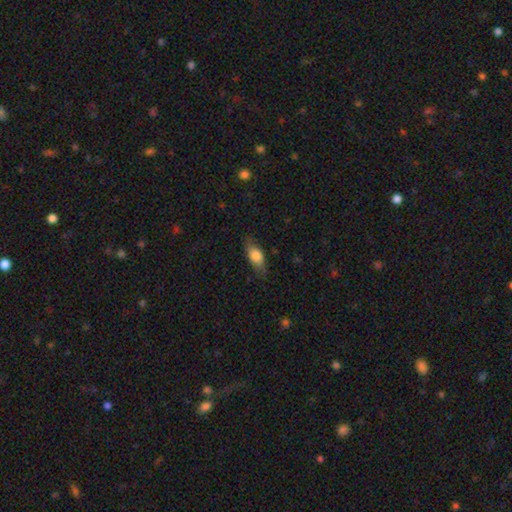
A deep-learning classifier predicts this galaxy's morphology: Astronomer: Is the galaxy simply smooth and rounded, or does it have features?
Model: smooth — 76%.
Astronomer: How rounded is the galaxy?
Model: in between — 81%.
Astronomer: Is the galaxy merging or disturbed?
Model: none — 75%.